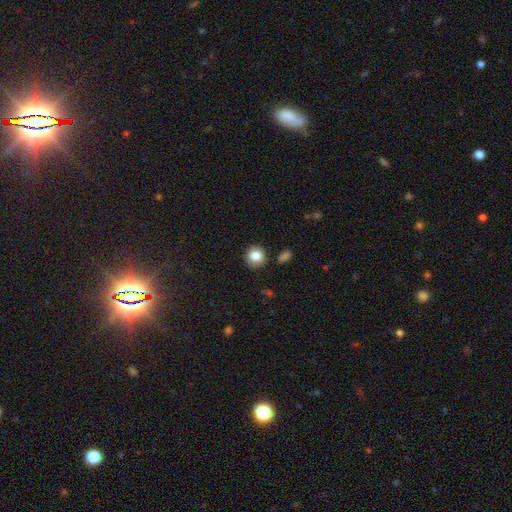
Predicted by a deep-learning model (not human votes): Overall: smooth (82%). How rounded: round (87%). Merging: none (87%).